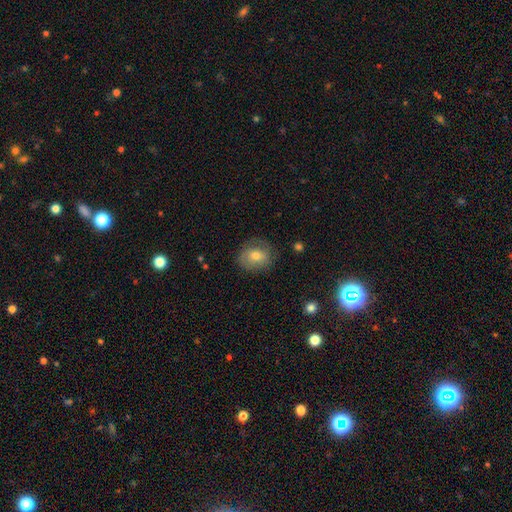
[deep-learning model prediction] This is likely a smooth galaxy (61%). How rounded: likely round (62%). Merging: likely none (75%).